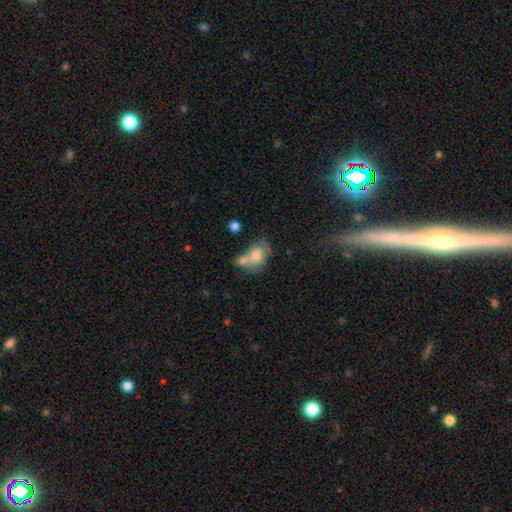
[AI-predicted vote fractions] Smooth or featured? smooth (73%)
How rounded? in between (73%)
Merging? merger (49%)